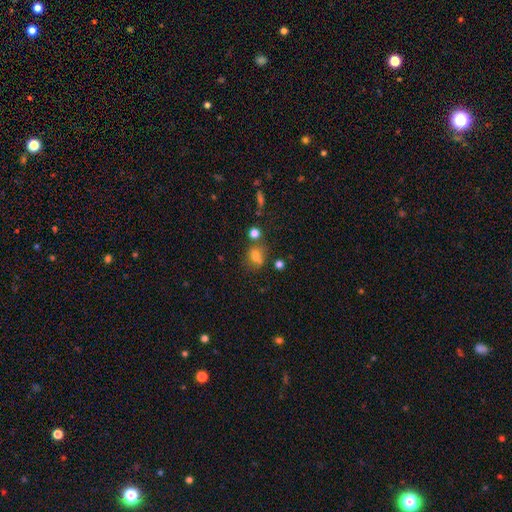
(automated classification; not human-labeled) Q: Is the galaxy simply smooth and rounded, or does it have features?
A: smooth — 68%.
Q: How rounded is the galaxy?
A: in between — 57%.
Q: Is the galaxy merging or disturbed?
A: none — 51%.